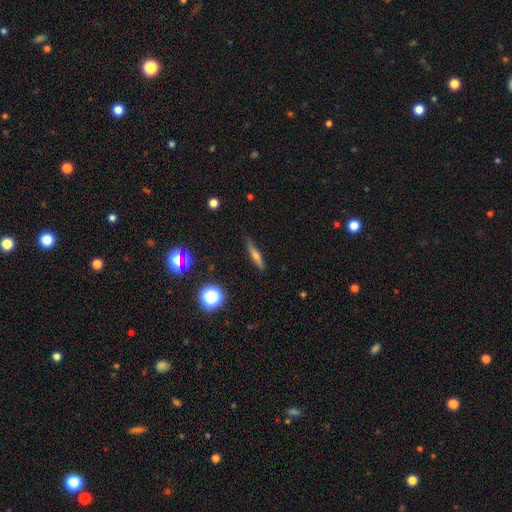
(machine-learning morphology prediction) Smooth or featured: featured or disk — 45% (smooth — 42%)
Merging: none — 86% (minor disturbance — 10%)